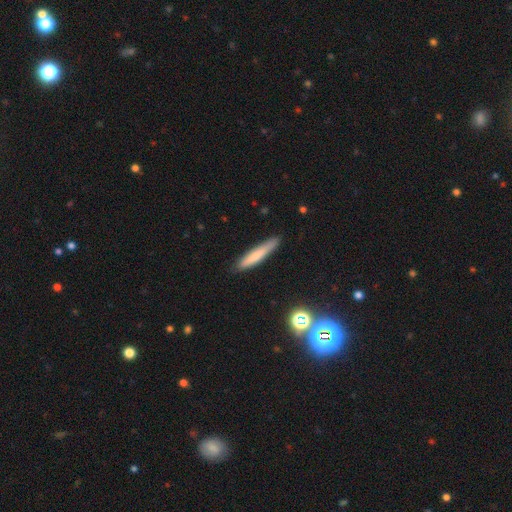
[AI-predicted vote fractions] smooth-or-featured: smooth: 70% | featured or disk: 22% | star or artifact: 7%
  how-rounded: cigar-shaped: 91% | in between: 7% | round: 1%
  merging: none: 85% | minor disturbance: 11% | major disturbance: 2% | merger: 2%